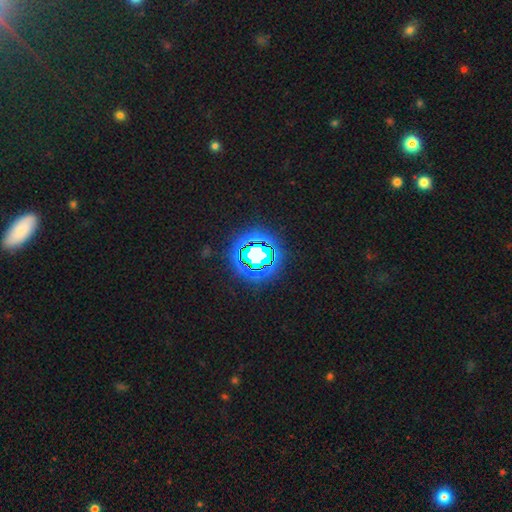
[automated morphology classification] Smooth or featured?
  - star or artifact: 76% *
  - smooth: 15%
  - featured or disk: 9%